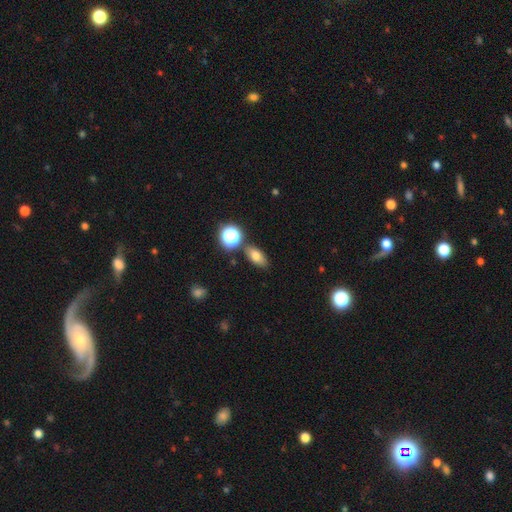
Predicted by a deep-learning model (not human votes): A smooth galaxy with no disk features (73%) that is in between round and cigar-shaped (81%).

Vote fractions:
- Smooth or featured? smooth: 73% / star or artifact: 14% / featured or disk: 13%
- How rounded? in between: 81% / round: 13% / cigar-shaped: 6%
- Merging? none: 77% / minor disturbance: 12% / merger: 8% / major disturbance: 3%